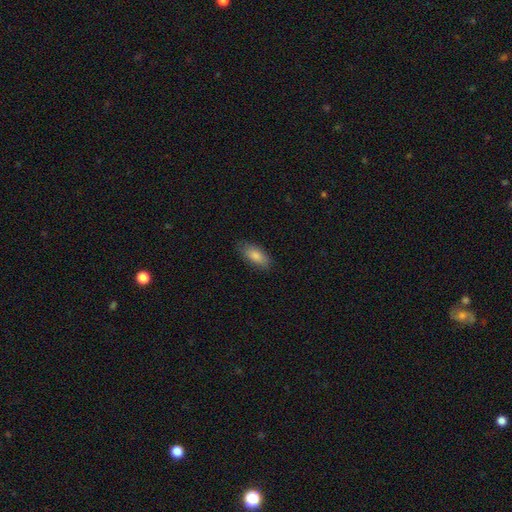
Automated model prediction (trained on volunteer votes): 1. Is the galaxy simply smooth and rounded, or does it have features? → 85% smooth, 9% featured or disk, 6% star or artifact.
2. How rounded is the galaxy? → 85% in between, 13% cigar-shaped, 2% round.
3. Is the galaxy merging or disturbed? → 82% none, 14% minor disturbance, 3% major disturbance, 1% merger.